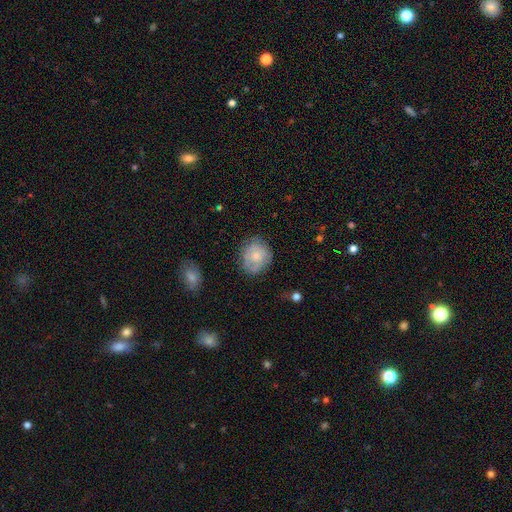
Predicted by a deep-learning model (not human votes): Q: Smooth or featured?
A: smooth (62%); runner-up: featured or disk (31%)
Q: How rounded?
A: round (70%); runner-up: in between (29%)
Q: Merging?
A: none (67%); runner-up: minor disturbance (23%)